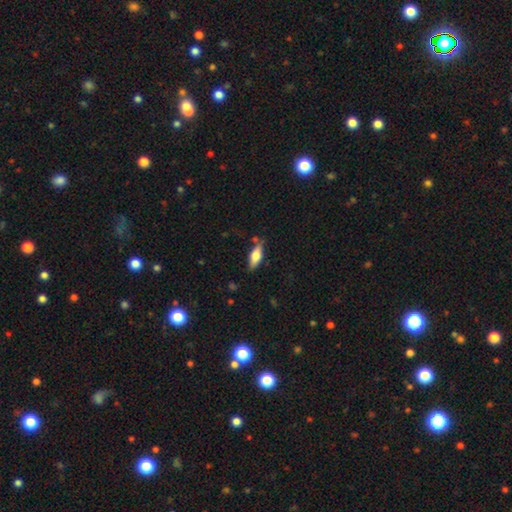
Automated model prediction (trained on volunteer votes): A smooth galaxy with no disk features (62%) that is in between round and cigar-shaped (67%).

Vote fractions:
- Smooth or featured? smooth: 62% / featured or disk: 31% / star or artifact: 7%
- How rounded? in between: 67% / cigar-shaped: 30% / round: 3%
- Merging? none: 74% / minor disturbance: 18% / merger: 4% / major disturbance: 4%